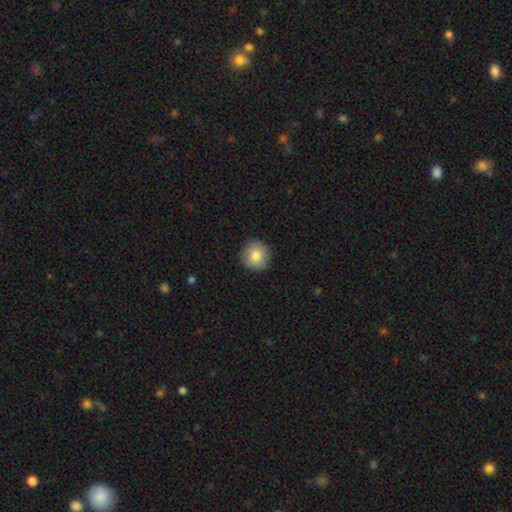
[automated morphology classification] Smooth or featured: smooth — 82% (featured or disk — 10%)
How rounded: round — 95% (in between — 4%)
Merging: none — 90% (minor disturbance — 7%)